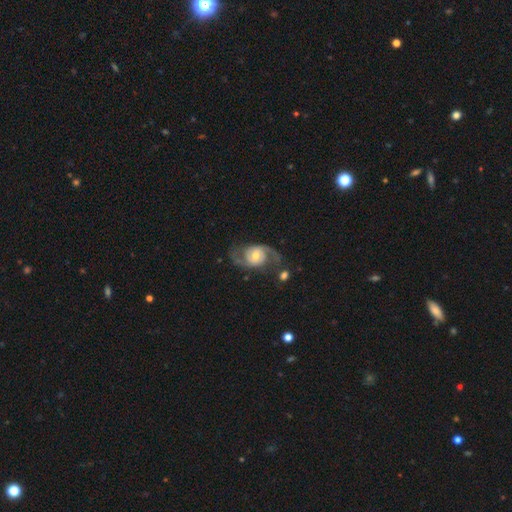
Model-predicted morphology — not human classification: Smooth or featured? Predicted: featured or disk (p=0.83). Edge-on disk? Predicted: no (p=0.97). Bar? Predicted: no (p=0.61). Spiral arms? Predicted: yes (p=0.94). Spiral winding? Predicted: medium (p=0.45). Spiral arm count? Predicted: 2 (p=0.91). Bulge size? Predicted: moderate (p=0.62). Merging? Predicted: none (p=0.63).